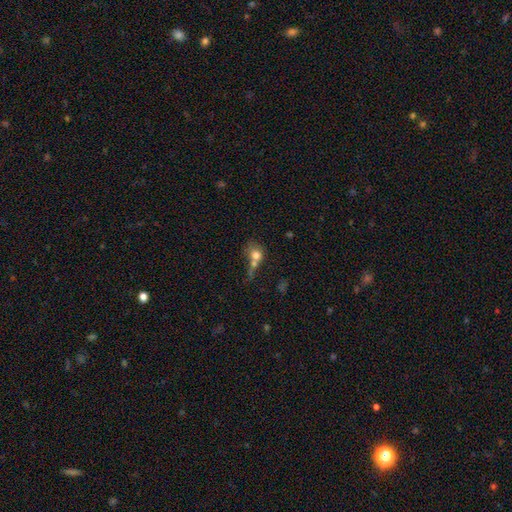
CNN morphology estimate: This appears to be a smooth galaxy with no disk features (70%) that is round (69%). Merging: merger (55%).